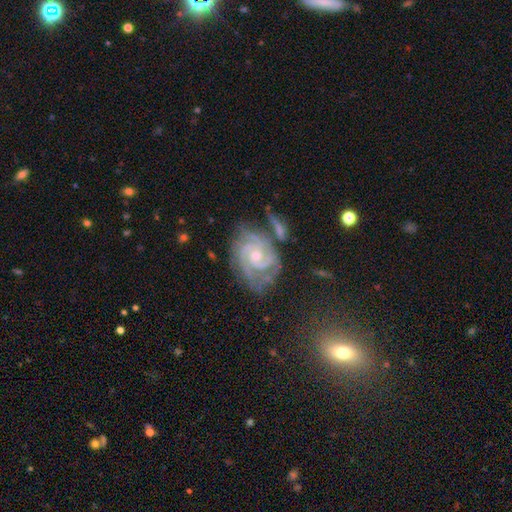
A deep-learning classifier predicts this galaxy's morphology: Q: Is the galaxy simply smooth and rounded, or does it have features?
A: featured or disk — 90%.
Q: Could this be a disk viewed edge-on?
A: no — 98%.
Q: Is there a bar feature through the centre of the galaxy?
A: no — 57%.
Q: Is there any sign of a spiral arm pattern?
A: yes — 98%.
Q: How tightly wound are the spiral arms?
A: tight — 72%.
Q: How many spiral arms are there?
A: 2 — 39%.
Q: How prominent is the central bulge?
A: small — 50%.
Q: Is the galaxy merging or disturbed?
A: none — 64%.